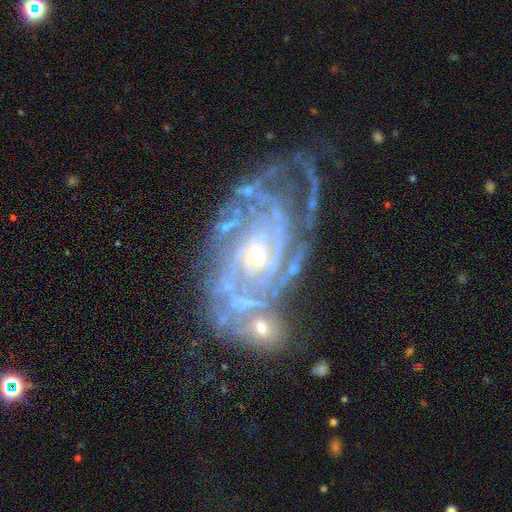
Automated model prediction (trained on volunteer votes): A featured or disk galaxy (88%) with no bar (70%), tight (71%) spiral arms (96%) and a small central bulge (65%).

Vote fractions:
- Smooth or featured? featured or disk: 88% / star or artifact: 7% / smooth: 5%
- Edge-on disk? no: 96% / yes: 4%
- Bar? no: 70% / weak: 21% / strong: 9%
- Spiral arms? yes: 96% / no: 4%
- Spiral winding? tight: 71% / medium: 24% / loose: 5%
- Spiral arm count? can't tell: 30% / 3: 20% / 2: 18% / 4: 15% / more than 4: 10% / 1: 6%
- Bulge size? small: 65% / moderate: 31% / large: 2% / none: 1% / dominant: 1%
- Merging? none: 44% / minor disturbance: 21% / merger: 19% / major disturbance: 16%